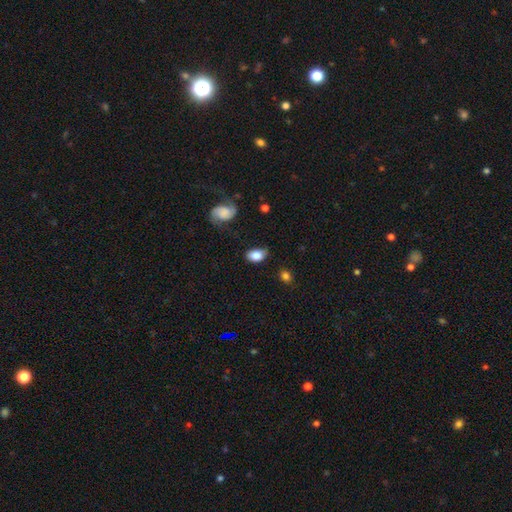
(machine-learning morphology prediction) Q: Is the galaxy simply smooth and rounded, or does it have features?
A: smooth — 82%.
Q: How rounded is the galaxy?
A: in between — 87%.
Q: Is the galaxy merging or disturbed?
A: none — 61%.